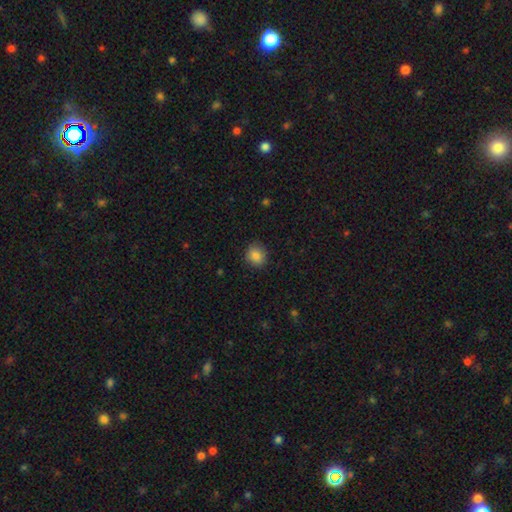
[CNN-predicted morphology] Overall: smooth (84%). How rounded: round (75%). Merging: none (87%).